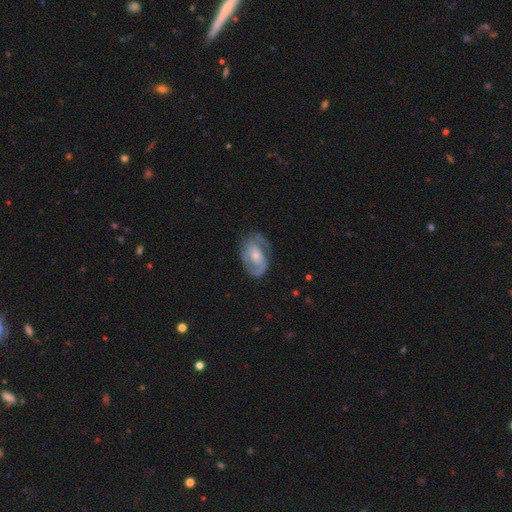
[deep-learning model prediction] Smooth or featured: featured or disk — 68% (smooth — 26%)
Edge-on disk: no — 96% (yes — 4%)
Bar: no — 61% (weak — 30%)
Spiral arms: yes — 77% (no — 23%)
Spiral winding: tight — 42% (medium — 40%)
Spiral arm count: 2 — 57% (can't tell — 20%)
Bulge size: moderate — 47% (small — 41%)
Merging: none — 58% (minor disturbance — 25%)